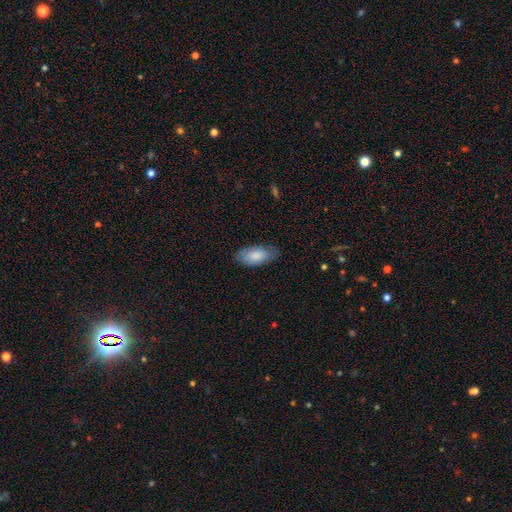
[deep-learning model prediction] Smooth or featured?
  - smooth: 81% *
  - featured or disk: 13%
  - star or artifact: 6%
How rounded?
  - in between: 93% *
  - cigar-shaped: 5%
  - round: 2%
Merging?
  - none: 76% *
  - minor disturbance: 19%
  - major disturbance: 4%
  - merger: 1%